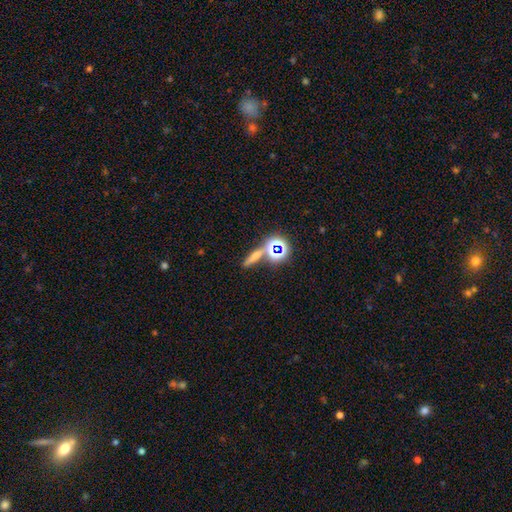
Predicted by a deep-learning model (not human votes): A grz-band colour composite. It shows a smooth galaxy with no disk features (48%). Merging: none (71%).